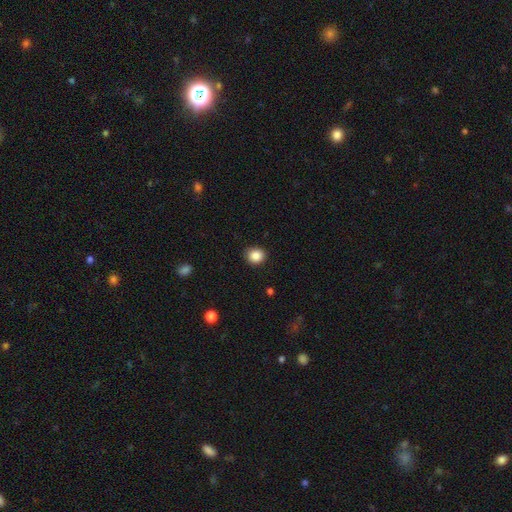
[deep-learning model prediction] Smooth or featured: smooth — 87% (star or artifact — 10%)
How rounded: round — 77% (in between — 22%)
Merging: none — 89% (minor disturbance — 8%)